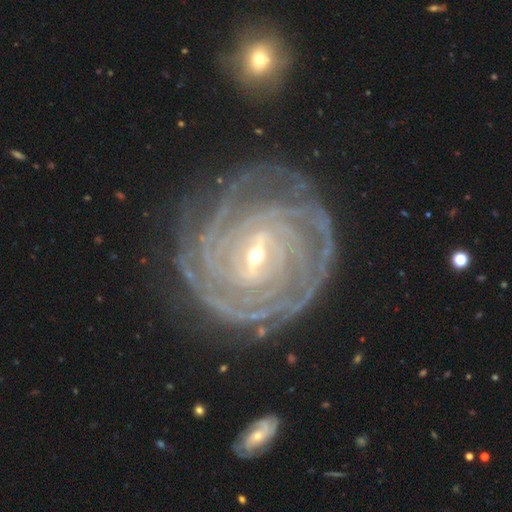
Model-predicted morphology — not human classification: smooth-or-featured: featured or disk: 91% | star or artifact: 5% | smooth: 4%
  disk-edge-on: no: 97% | yes: 3%
    bar: strong: 45% | weak: 43% | no: 12%
    has-spiral-arms: yes: 98% | no: 2%
      spiral-winding: tight: 87% | medium: 11% | loose: 2%
      spiral-arm-count: 4: 30% | can't tell: 20% | 3: 17% | more than 4: 15% | 2: 11% | 1: 7%
    bulge-size: small: 64% | moderate: 33% | large: 1% | none: 1% | dominant: 1%
  merging: none: 79% | minor disturbance: 14% | major disturbance: 5% | merger: 2%